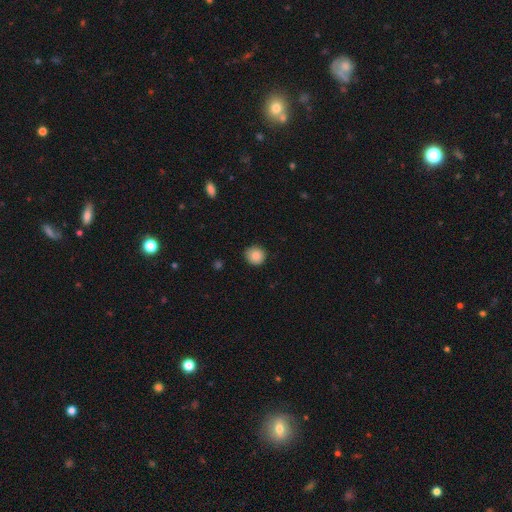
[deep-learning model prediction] Smooth or featured: smooth — 87% (star or artifact — 9%)
How rounded: round — 92% (in between — 7%)
Merging: none — 88% (minor disturbance — 9%)